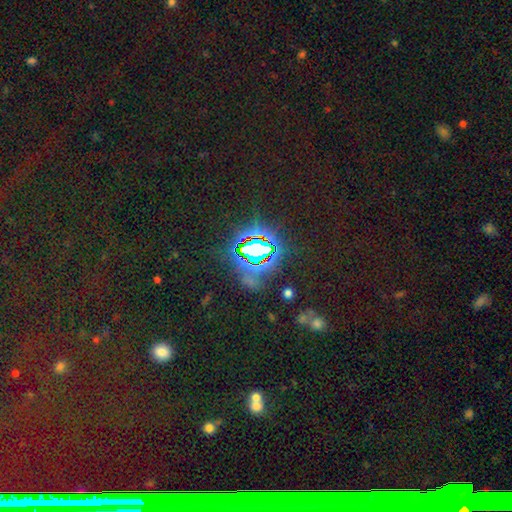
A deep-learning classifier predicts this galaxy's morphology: A star or artifact, not a galaxy (78%).

Vote fractions:
- Smooth or featured? star or artifact: 78% / smooth: 12% / featured or disk: 10%